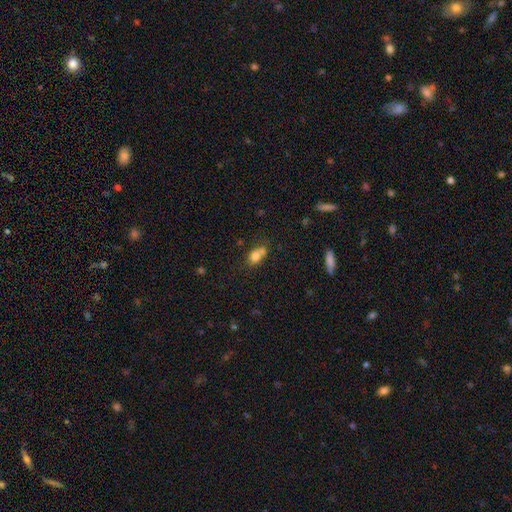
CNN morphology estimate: A smooth galaxy with no disk features (75%) that is in between round and cigar-shaped (53%). Merging: merger (44%).